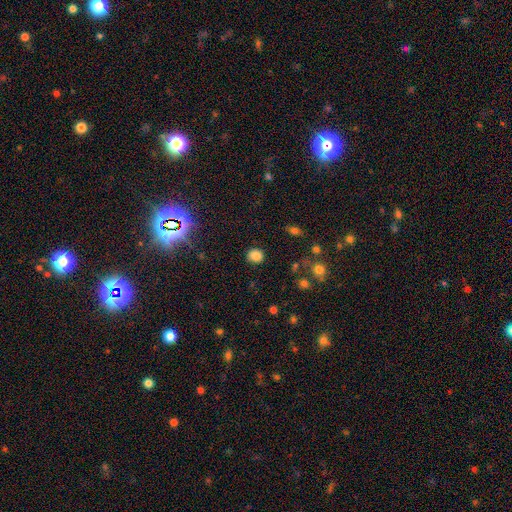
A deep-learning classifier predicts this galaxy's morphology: A smooth galaxy with no disk features (82%) that is round (74%).

Vote fractions:
- Smooth or featured? smooth: 82% / star or artifact: 14% / featured or disk: 5%
- How rounded? round: 74% / in between: 25% / cigar-shaped: 1%
- Merging? none: 87% / minor disturbance: 9% / major disturbance: 3% / merger: 2%